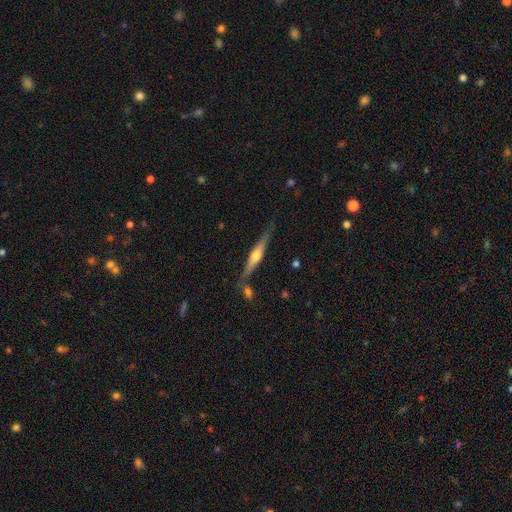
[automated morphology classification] The model was most divided on "smooth or featured": featured or disk: 69%, smooth: 26%, star or artifact: 6%. More confident: edge-on disk — yes (97%); edge-on bulge — rounded (90%); merging — none (76%).